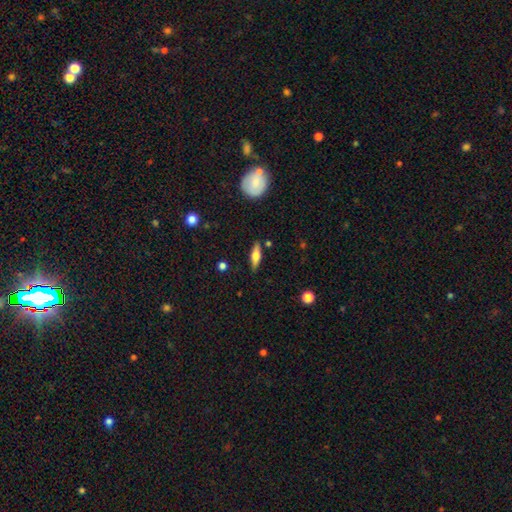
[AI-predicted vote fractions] A smooth galaxy with no disk features (51%) that is cigar-shaped (51%).

Vote fractions:
- Smooth or featured? smooth: 51% / featured or disk: 42% / star or artifact: 7%
- How rounded? cigar-shaped: 51% / in between: 46% / round: 3%
- Merging? none: 85% / minor disturbance: 10% / major disturbance: 2% / merger: 2%